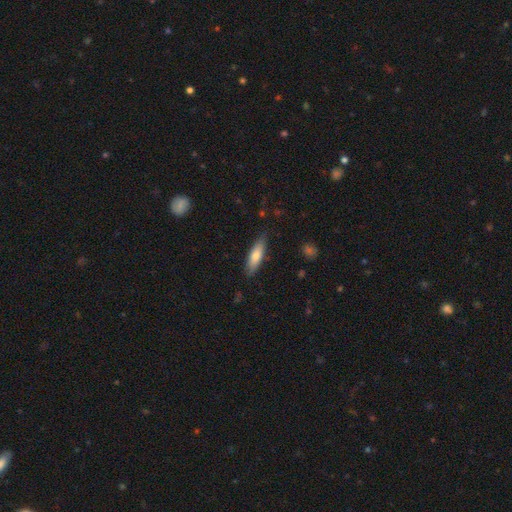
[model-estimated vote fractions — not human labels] The model was most divided on "how rounded": cigar-shaped: 58%, in between: 40%, round: 2%. More confident: merging — none (82%); smooth or featured — smooth (71%).